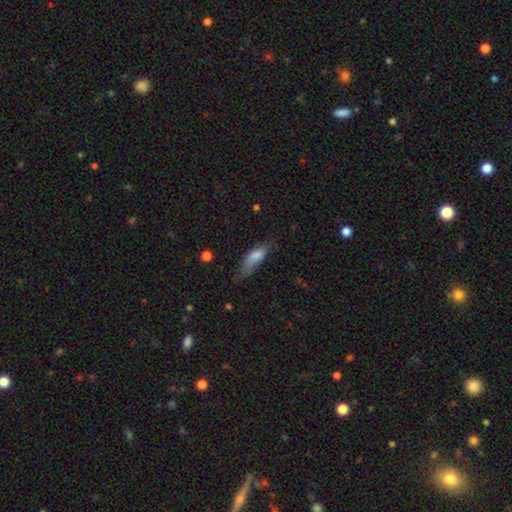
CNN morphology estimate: A smooth galaxy with no disk features (71%) that is in between round and cigar-shaped (56%).

Vote fractions:
- Smooth or featured? smooth: 71% / featured or disk: 21% / star or artifact: 8%
- How rounded? in between: 56% / cigar-shaped: 41% / round: 3%
- Merging? none: 46% / minor disturbance: 36% / major disturbance: 15% / merger: 3%